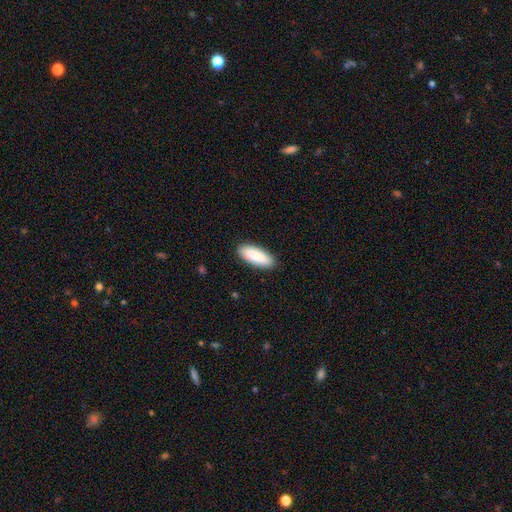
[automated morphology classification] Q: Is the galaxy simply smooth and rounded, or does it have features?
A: smooth — 89%.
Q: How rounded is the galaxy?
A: in between — 72%.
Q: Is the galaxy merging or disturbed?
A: none — 89%.